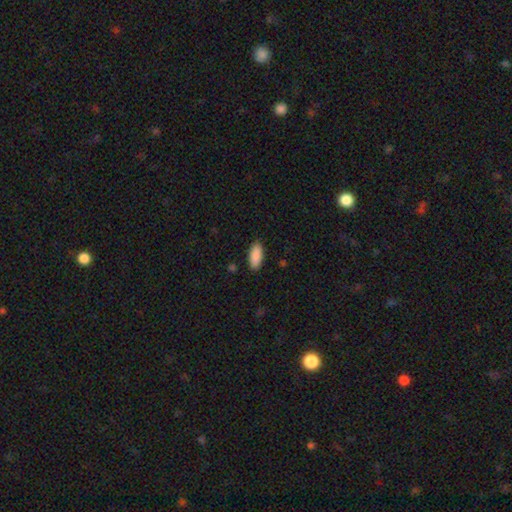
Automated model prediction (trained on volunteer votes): A smooth galaxy with no disk features (90%) that is in between round and cigar-shaped (84%). Merging: none (89%).